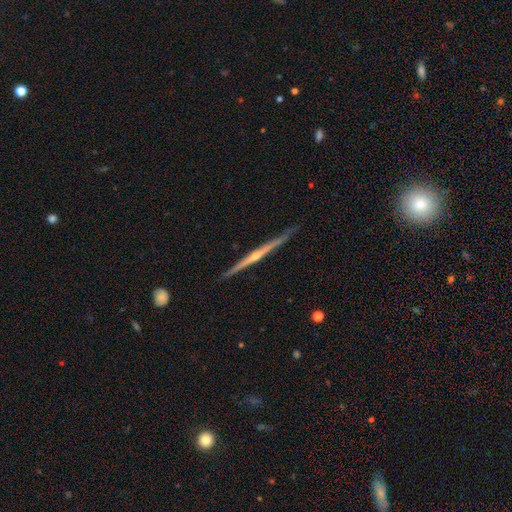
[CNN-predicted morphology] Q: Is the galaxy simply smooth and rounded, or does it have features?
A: featured or disk — 81%.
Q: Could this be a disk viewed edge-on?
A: yes — 98%.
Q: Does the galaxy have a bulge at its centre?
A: rounded — 68%.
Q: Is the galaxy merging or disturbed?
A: none — 89%.